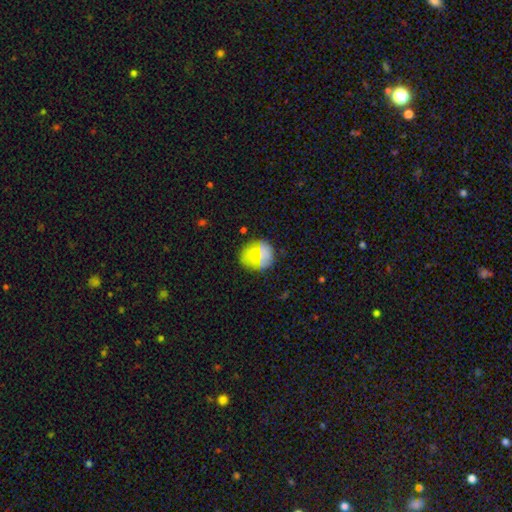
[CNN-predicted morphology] Smooth or featured?
  - smooth: 71% *
  - star or artifact: 18%
  - featured or disk: 11%
How rounded?
  - round: 88% *
  - in between: 10%
  - cigar-shaped: 1%
Merging?
  - none: 80% *
  - minor disturbance: 13%
  - major disturbance: 4%
  - merger: 3%